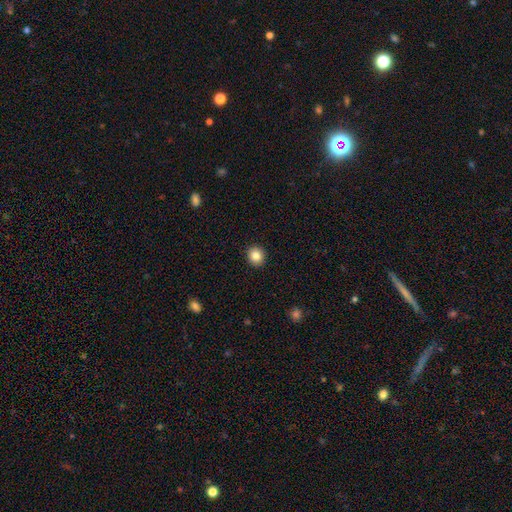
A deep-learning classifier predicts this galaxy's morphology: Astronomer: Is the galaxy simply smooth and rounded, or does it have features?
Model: smooth — 84%.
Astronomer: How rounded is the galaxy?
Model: round — 88%.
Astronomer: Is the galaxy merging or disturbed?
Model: none — 93%.